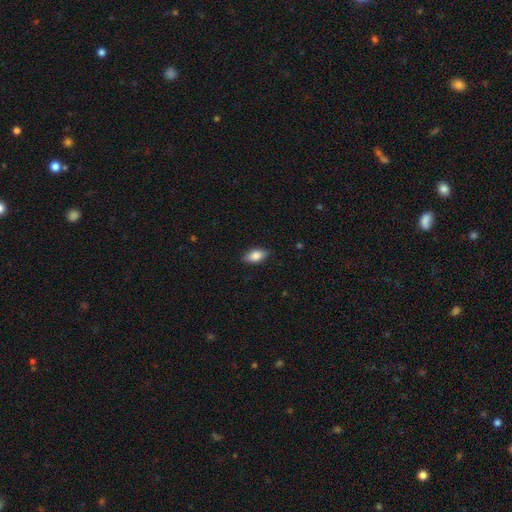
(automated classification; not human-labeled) Morphology: type=smooth (77%); roundness=in between (87%); merging=none (84%).